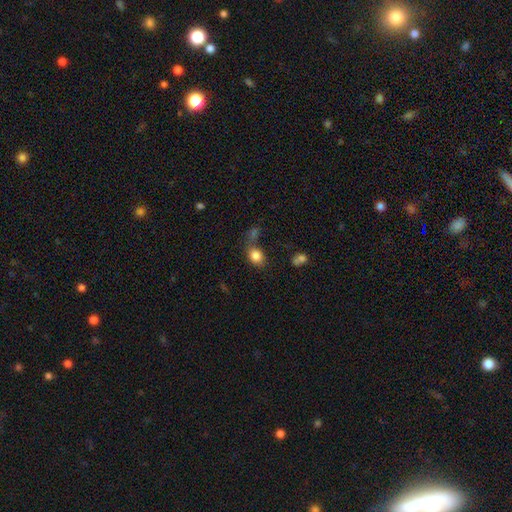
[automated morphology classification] A smooth galaxy with no disk features (83%) that is in between round and cigar-shaped (60%).

Vote fractions:
- Smooth or featured? smooth: 83% / star or artifact: 10% / featured or disk: 7%
- How rounded? in between: 60% / round: 39% / cigar-shaped: 1%
- Merging? none: 62% / minor disturbance: 16% / merger: 16% / major disturbance: 7%